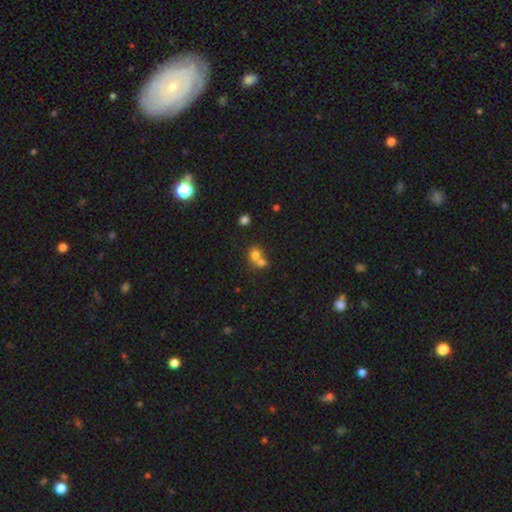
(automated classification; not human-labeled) Smooth or featured? Predicted: smooth (p=0.72). How rounded? Predicted: round (p=0.74). Merging? Predicted: merger (p=0.62).